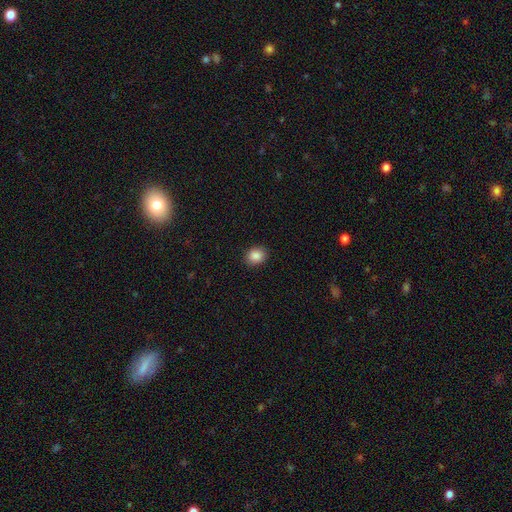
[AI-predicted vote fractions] The model was most divided on "how rounded": round: 59%, in between: 40%, cigar-shaped: 1%. More confident: merging — none (90%); smooth or featured — smooth (88%).